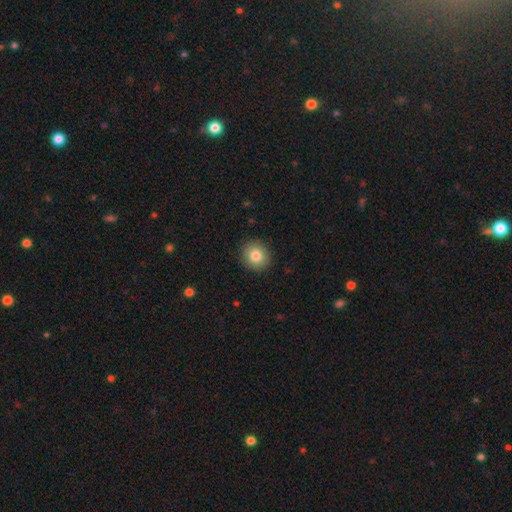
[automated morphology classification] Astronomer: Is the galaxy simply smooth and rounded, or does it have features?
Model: smooth — 83%.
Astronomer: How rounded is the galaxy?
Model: round — 88%.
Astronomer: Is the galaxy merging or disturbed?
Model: none — 92%.